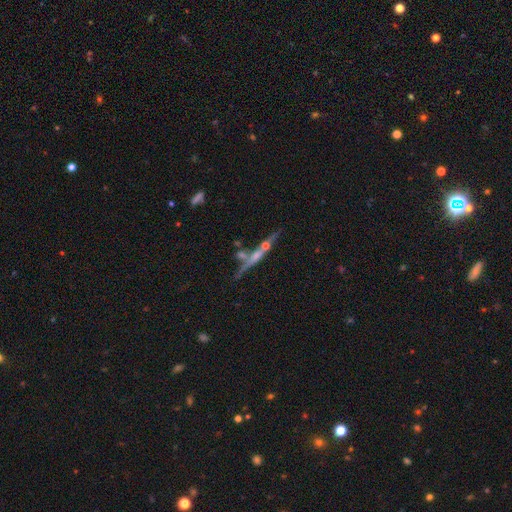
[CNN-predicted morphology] This appears to be a featured or disk galaxy (70%) viewed edge-on (90%) with a rounded central bulge (62%). Merging: none (63%).